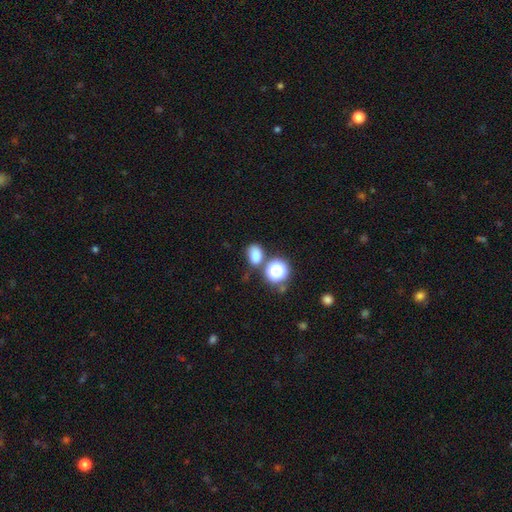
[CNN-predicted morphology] Smooth or featured?
  - smooth: 75% *
  - star or artifact: 17%
  - featured or disk: 7%
How rounded?
  - in between: 65% *
  - round: 34%
  - cigar-shaped: 1%
Merging?
  - none: 62% *
  - merger: 18%
  - minor disturbance: 15%
  - major disturbance: 6%